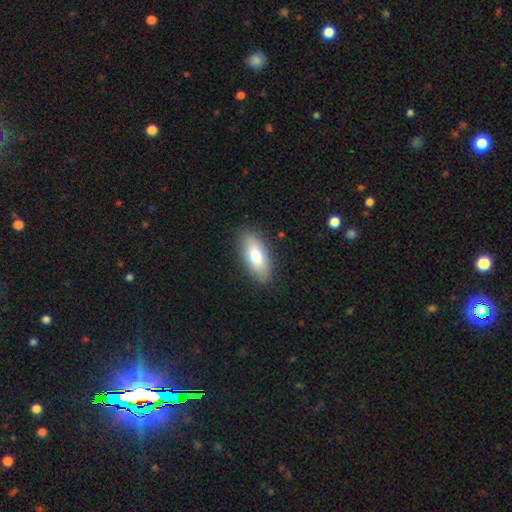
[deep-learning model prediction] This is likely a smooth galaxy (77%). How rounded: clearly in between (83%). Merging: clearly none (86%).